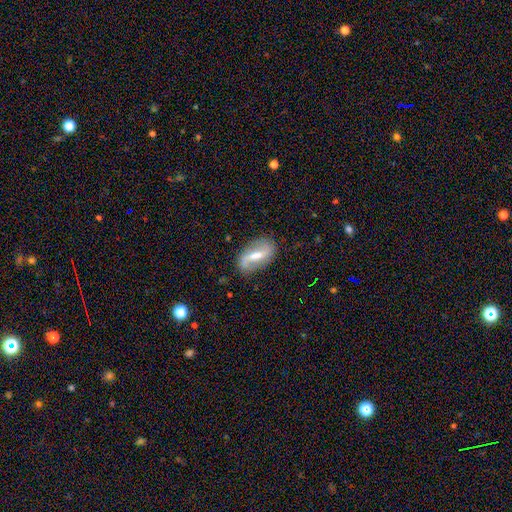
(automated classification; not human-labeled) Smooth or featured? featured or disk (65%)
Edge-on disk? no (94%)
Bar? weak (46%)
Spiral arms? yes (82%)
Spiral winding? loose (66%)
Spiral arm count? 2 (82%)
Bulge size? moderate (53%)
Merging? none (76%)